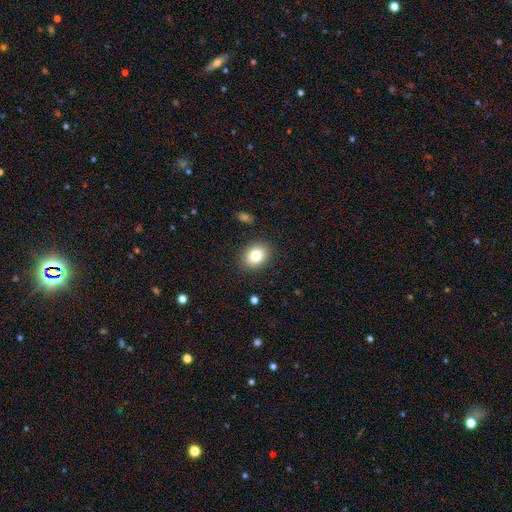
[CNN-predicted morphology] This appears to be a smooth galaxy with no disk features (82%) that is in between round and cigar-shaped (61%). Merging: none (88%).